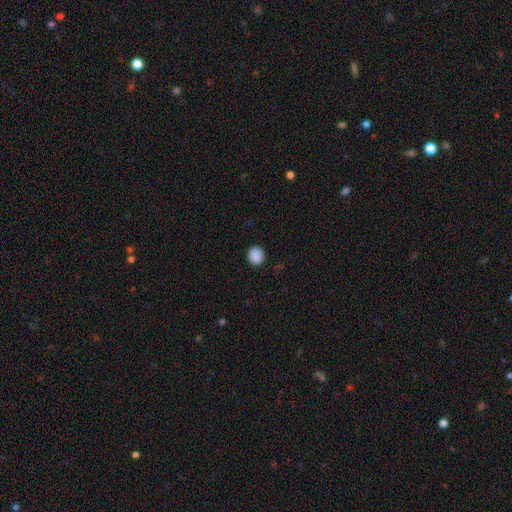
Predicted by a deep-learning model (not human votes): Overall: smooth (89%). How rounded: round (76%). Merging: none (89%).